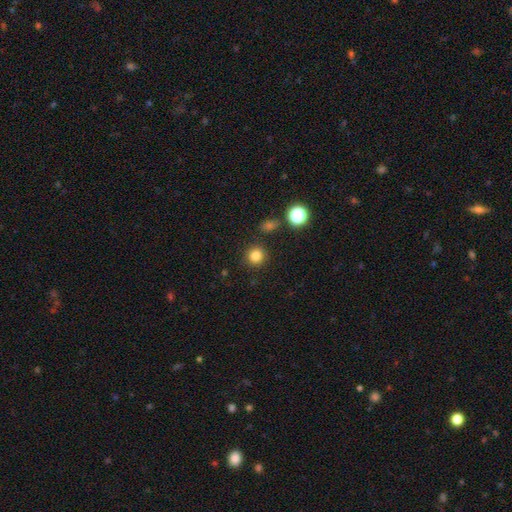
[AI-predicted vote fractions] smooth-or-featured: smooth: 82% | star or artifact: 14% | featured or disk: 4%
  how-rounded: round: 94% | in between: 5% | cigar-shaped: 1%
  merging: none: 89% | minor disturbance: 6% | merger: 3% | major disturbance: 2%